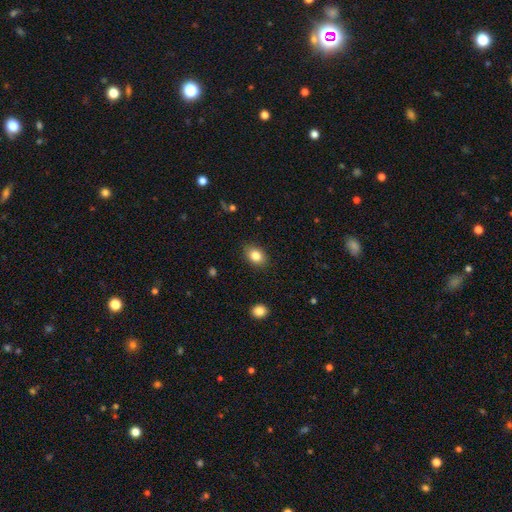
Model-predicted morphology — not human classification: Smooth or featured? Predicted: smooth (p=0.84). How rounded? Predicted: in between (p=0.70). Merging? Predicted: none (p=0.87).